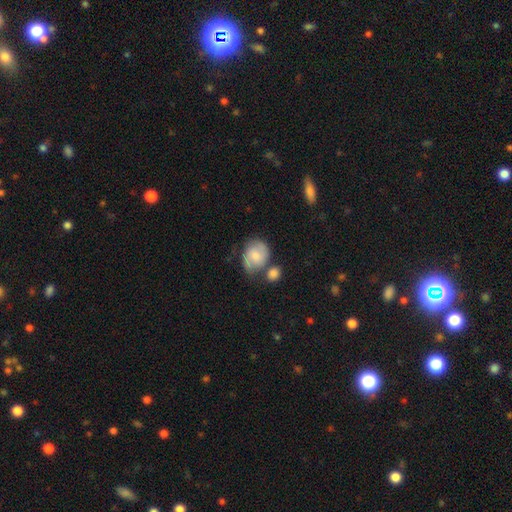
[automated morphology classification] type=smooth (53%); roundness=round (54%); merging=none (47%).